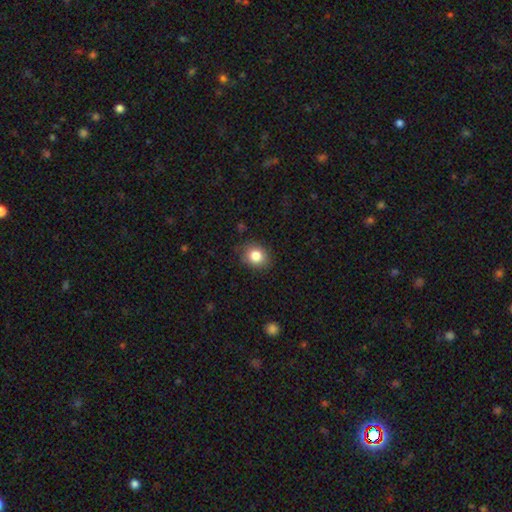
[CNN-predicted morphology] Smooth or featured? Predicted: smooth (p=0.83). How rounded? Predicted: round (p=0.67). Merging? Predicted: none (p=0.85).